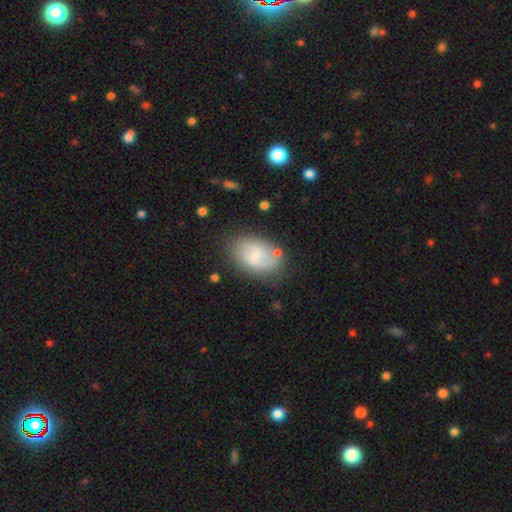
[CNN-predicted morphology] A smooth galaxy with no disk features (54%) that is in between round and cigar-shaped (86%).

Vote fractions:
- Smooth or featured? smooth: 54% / featured or disk: 38% / star or artifact: 8%
- How rounded? in between: 86% / round: 13% / cigar-shaped: 1%
- Merging? none: 68% / minor disturbance: 20% / major disturbance: 7% / merger: 5%